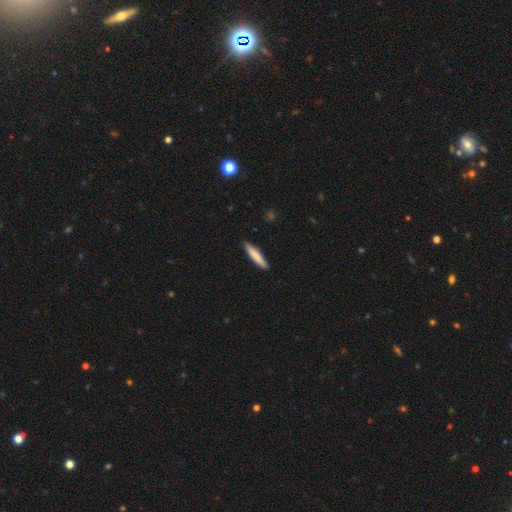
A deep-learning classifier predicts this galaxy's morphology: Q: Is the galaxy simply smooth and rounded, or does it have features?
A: smooth — 81%.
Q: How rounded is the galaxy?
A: cigar-shaped — 89%.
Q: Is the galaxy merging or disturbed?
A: none — 89%.